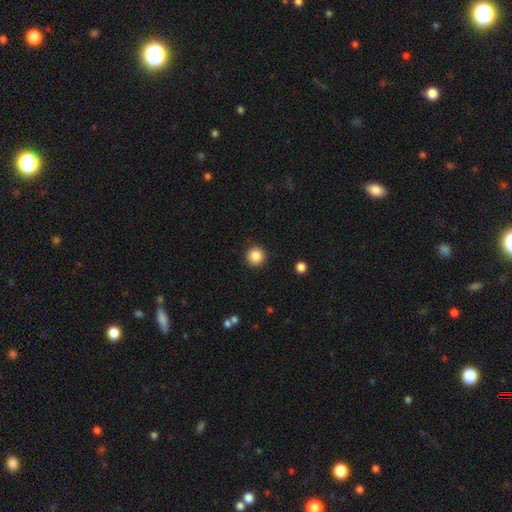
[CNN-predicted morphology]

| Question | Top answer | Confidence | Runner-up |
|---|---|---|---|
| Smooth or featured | smooth | 86% | star or artifact (10%) |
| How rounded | round | 95% | in between (4%) |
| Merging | none | 91% | minor disturbance (6%) |